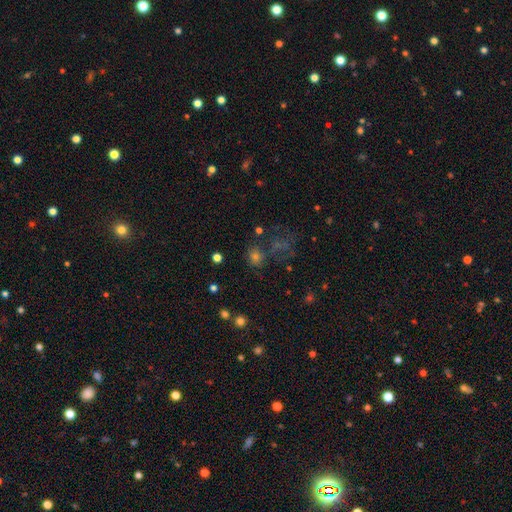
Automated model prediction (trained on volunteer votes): This is possibly a smooth galaxy (59%). How rounded: likely round (74%). Merging: likely none (65%).